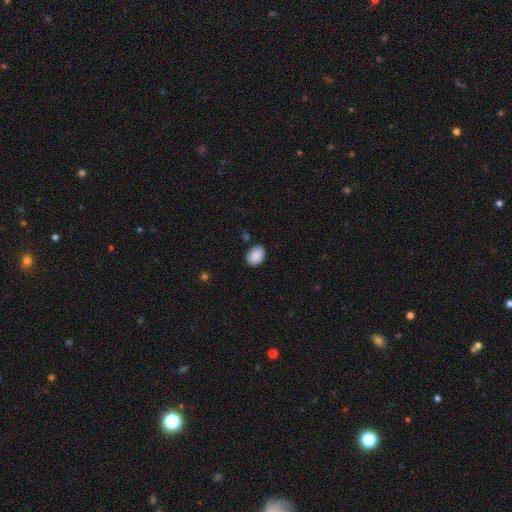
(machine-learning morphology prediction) This appears to be a smooth galaxy with no disk features (89%) that is in between round and cigar-shaped (71%). Merging: none (83%).